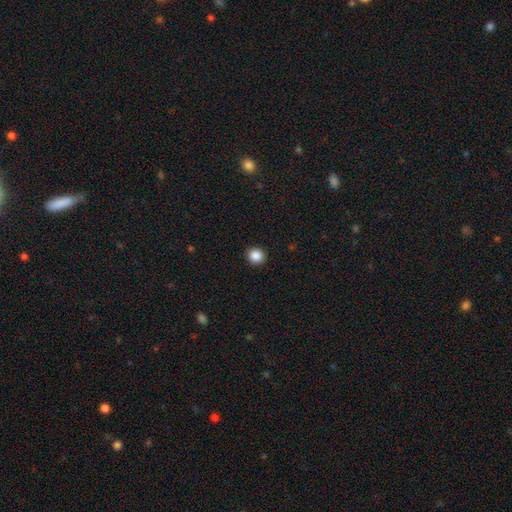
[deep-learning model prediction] This is clearly a smooth galaxy (87%). How rounded: clearly round (90%). Merging: clearly none (92%).